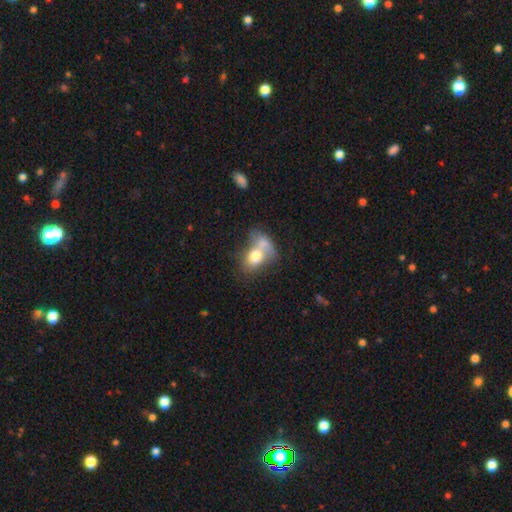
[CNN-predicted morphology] This appears to be a smooth galaxy with no disk features (69%) that is in between round and cigar-shaped (73%). Merging: merger (64%).